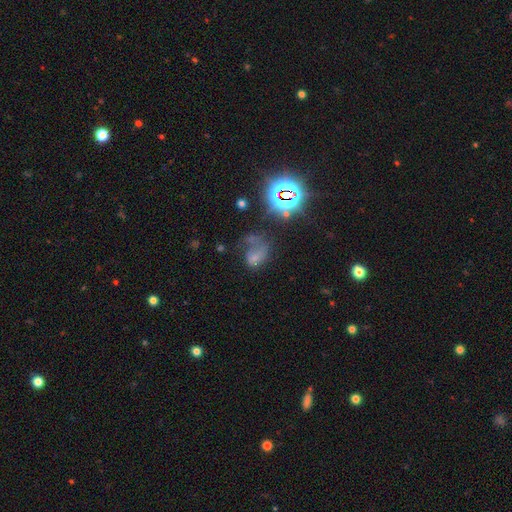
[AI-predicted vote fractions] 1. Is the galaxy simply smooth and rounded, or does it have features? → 42% smooth, 29% featured or disk, 28% star or artifact.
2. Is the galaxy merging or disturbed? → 42% major disturbance, 25% none, 17% minor disturbance, 16% merger.